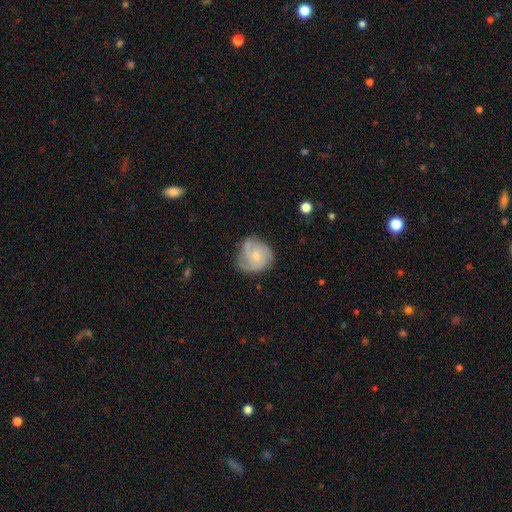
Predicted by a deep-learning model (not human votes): Smooth or featured? Predicted: featured or disk (p=0.70). Edge-on disk? Predicted: no (p=0.98). Bar? Predicted: no (p=0.76). Spiral arms? Predicted: yes (p=0.93). Spiral winding? Predicted: tight (p=0.52). Spiral arm count? Predicted: 3 (p=0.45). Bulge size? Predicted: small (p=0.62). Merging? Predicted: none (p=0.65).